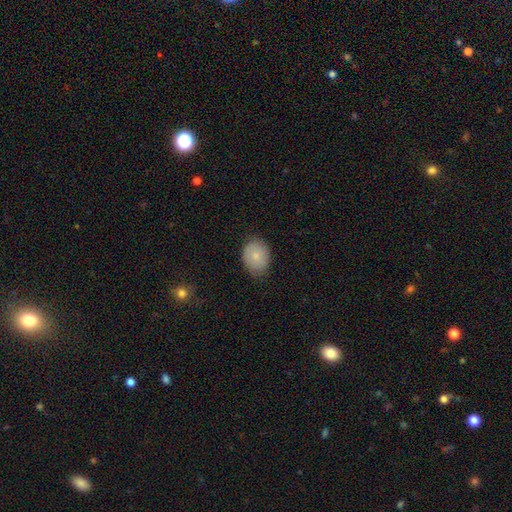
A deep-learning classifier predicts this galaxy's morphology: smooth 79%, featured or disk 14%, star or artifact 7%. Down the decision tree: how rounded — in between (55%); merging — none (77%).